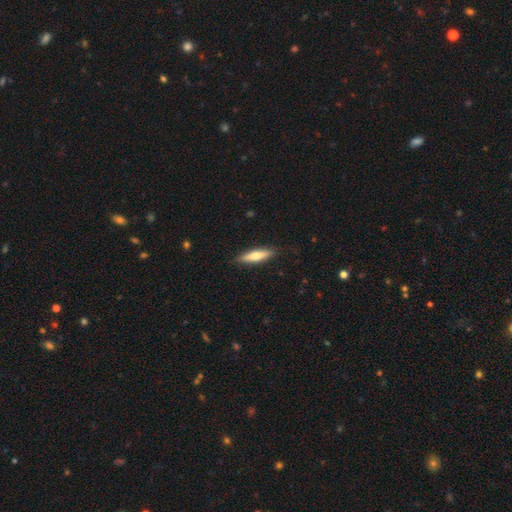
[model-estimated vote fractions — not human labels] Smooth or featured? smooth (64%)
How rounded? cigar-shaped (72%)
Merging? none (86%)